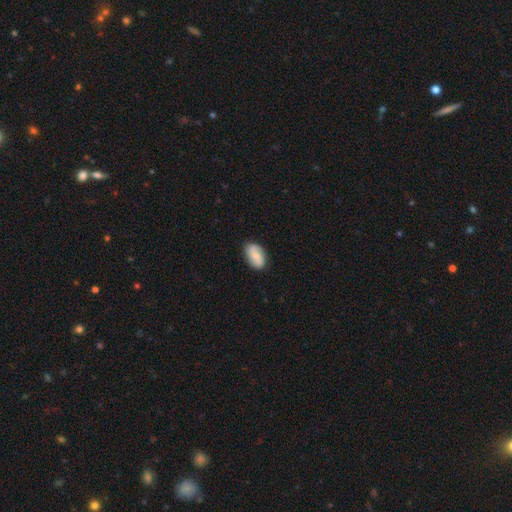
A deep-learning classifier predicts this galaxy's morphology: Smooth or featured? smooth (56%)
How rounded? in between (91%)
Merging? none (80%)